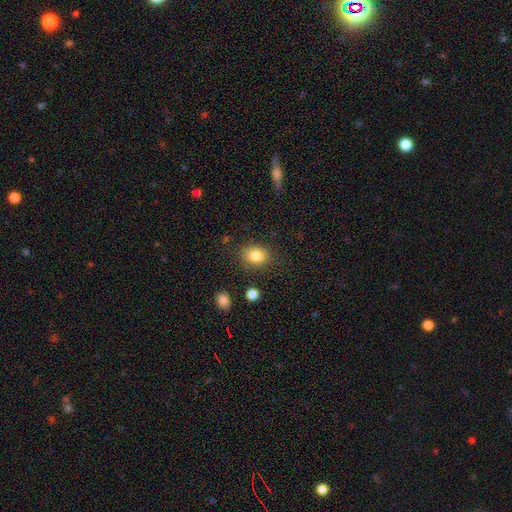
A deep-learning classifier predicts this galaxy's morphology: Smooth or featured: smooth — 84% (star or artifact — 9%)
How rounded: in between — 58% (round — 41%)
Merging: none — 82% (minor disturbance — 12%)